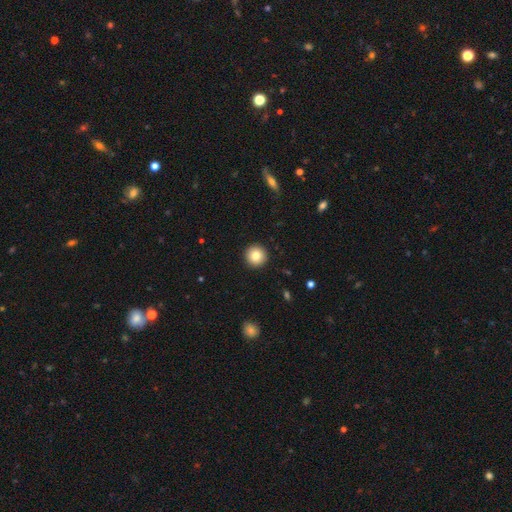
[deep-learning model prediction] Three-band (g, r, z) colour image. It shows a smooth galaxy with no disk features (83%) that is round (96%). Merging: none (93%).